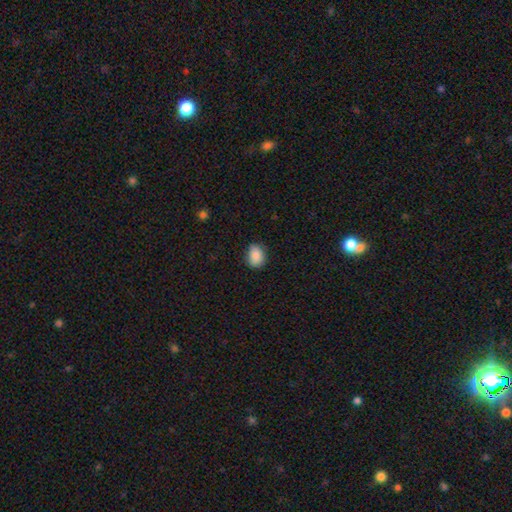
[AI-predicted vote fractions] Overall: smooth (87%). How rounded: in between (61%; round 38%). Merging: none (78%).